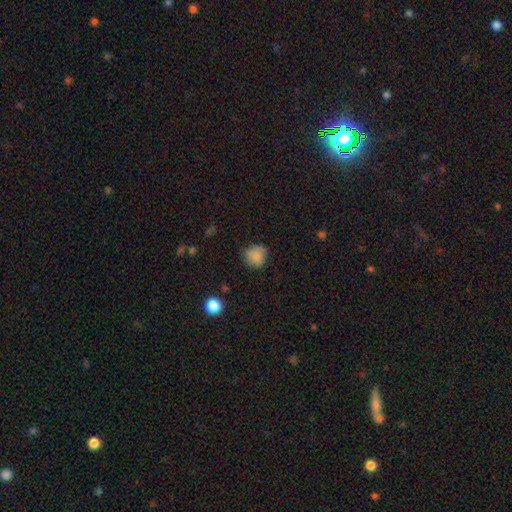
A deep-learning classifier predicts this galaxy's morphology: smooth_or_featured: smooth (p=0.83) [alt: star or artifact p=0.09]
how_rounded: round (p=0.87) [alt: in between p=0.12]
merging: none (p=0.72) [alt: minor disturbance p=0.22]